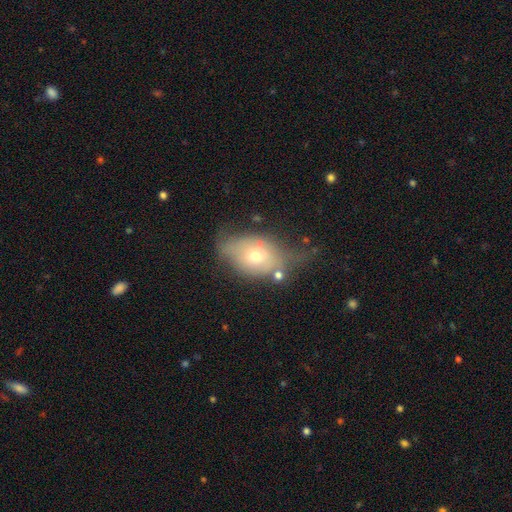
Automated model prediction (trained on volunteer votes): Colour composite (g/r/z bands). It shows a smooth galaxy with no disk features (54%) that is in between round and cigar-shaped (75%). Merging: none (35%).